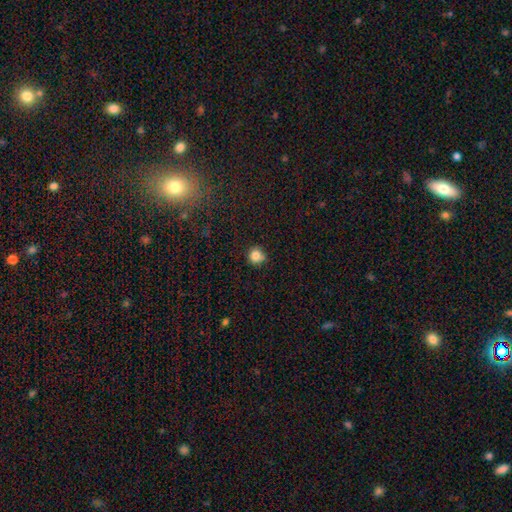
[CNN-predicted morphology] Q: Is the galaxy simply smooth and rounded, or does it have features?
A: smooth — 82%.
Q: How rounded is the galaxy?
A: round — 89%.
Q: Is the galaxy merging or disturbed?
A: none — 71%.